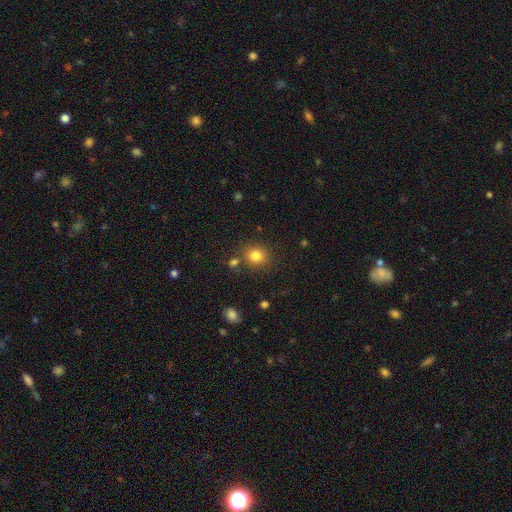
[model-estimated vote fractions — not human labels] Smooth or featured? smooth (81%)
How rounded? round (80%)
Merging? none (79%)